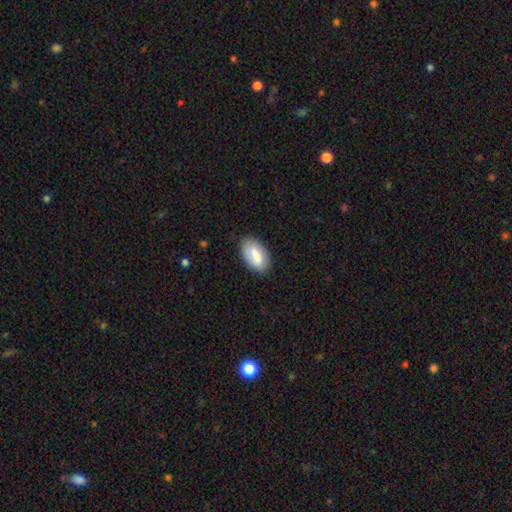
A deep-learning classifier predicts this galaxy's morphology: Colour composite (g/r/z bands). It shows a smooth galaxy with no disk features (76%) that is in between round and cigar-shaped (93%). Merging: none (80%).